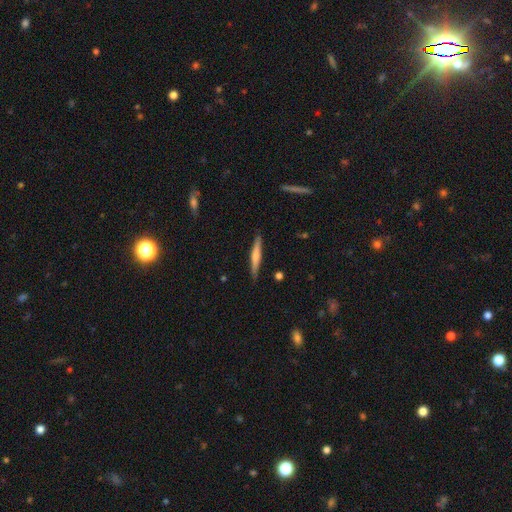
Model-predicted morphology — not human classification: This is possibly a smooth galaxy (53%). How rounded: clearly cigar-shaped (94%). Merging: clearly none (88%).